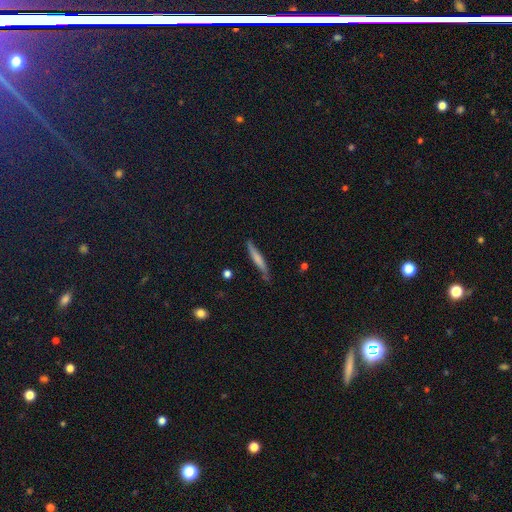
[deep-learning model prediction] smooth-or-featured: smooth: 51% | featured or disk: 42% | star or artifact: 8%
  how-rounded: cigar-shaped: 94% | in between: 4% | round: 2%
  merging: none: 79% | minor disturbance: 16% | major disturbance: 3% | merger: 2%